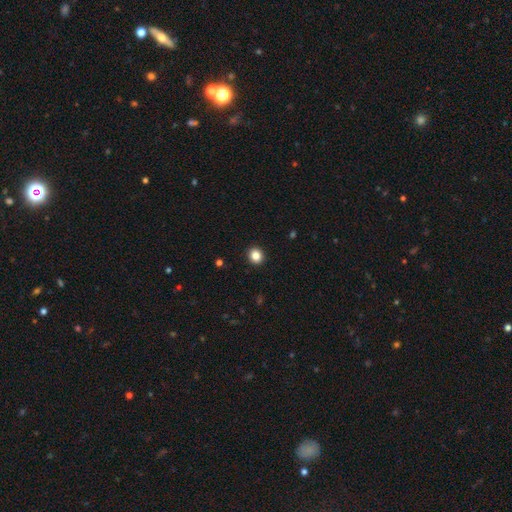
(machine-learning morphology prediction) Q: Smooth or featured?
A: smooth (85%); runner-up: star or artifact (10%)
Q: How rounded?
A: round (78%); runner-up: in between (21%)
Q: Merging?
A: none (93%); runner-up: minor disturbance (5%)